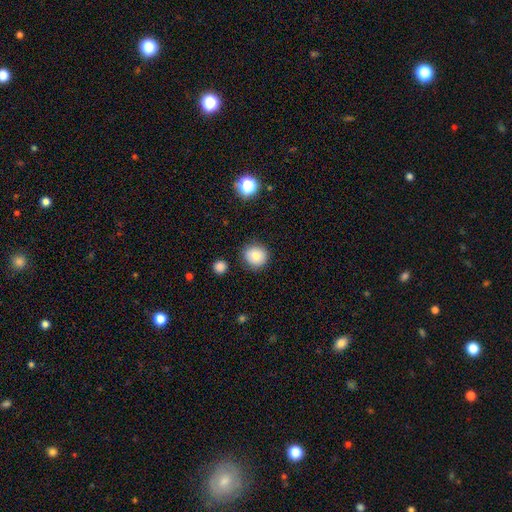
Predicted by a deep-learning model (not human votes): smooth_or_featured: smooth (p=0.79) [alt: featured or disk p=0.10]
how_rounded: round (p=0.91) [alt: in between p=0.08]
merging: none (p=0.86) [alt: minor disturbance p=0.09]